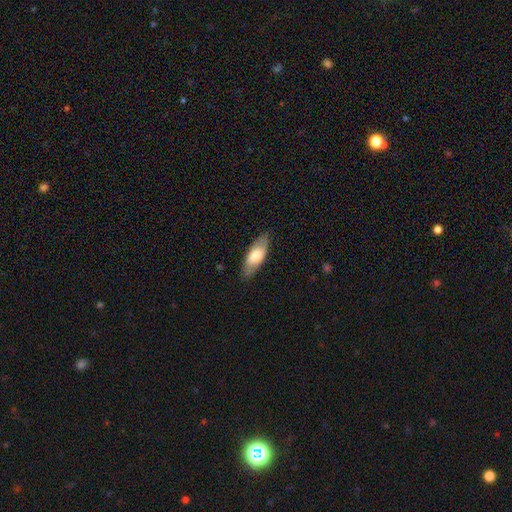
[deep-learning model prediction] smooth_or_featured: smooth (p=0.69) [alt: featured or disk p=0.25]
how_rounded: in between (p=0.77) [alt: cigar-shaped p=0.21]
merging: none (p=0.83) [alt: minor disturbance p=0.13]